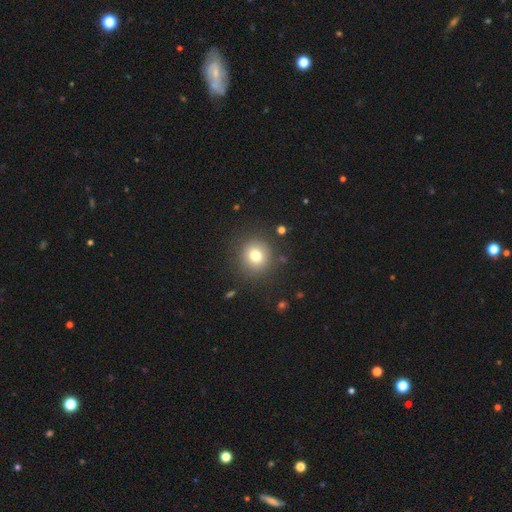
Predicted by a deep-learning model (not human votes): smooth-or-featured: smooth: 77% | star or artifact: 12% | featured or disk: 11%
  how-rounded: round: 90% | in between: 9% | cigar-shaped: 1%
  merging: none: 87% | minor disturbance: 8% | major disturbance: 3% | merger: 2%